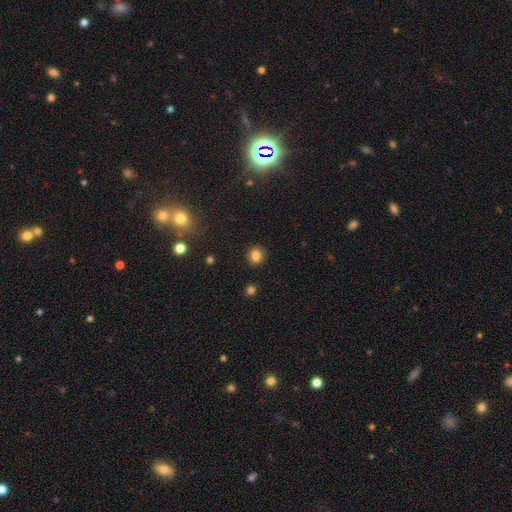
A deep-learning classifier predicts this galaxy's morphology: This is clearly a smooth galaxy (83%). How rounded: clearly round (81%). Merging: clearly none (90%).